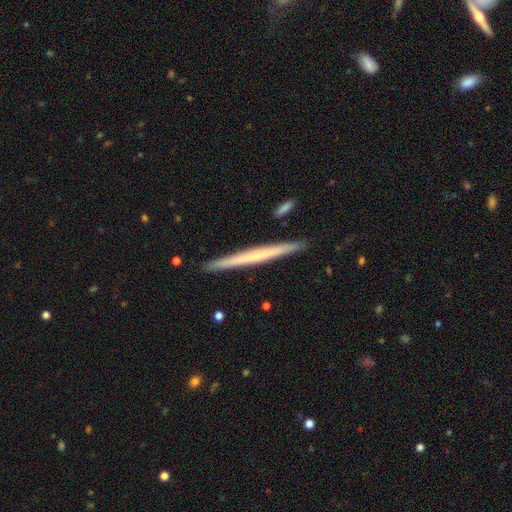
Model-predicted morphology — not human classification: Smooth or featured: featured or disk — 54% (smooth — 40%)
Edge-on disk: yes — 97% (no — 3%)
Edge-on bulge: none — 81% (rounded — 14%)
Merging: none — 91% (minor disturbance — 7%)